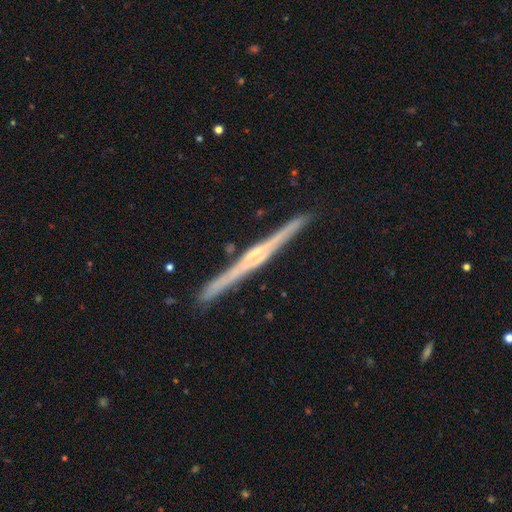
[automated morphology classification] Smooth or featured: featured or disk — 81% (smooth — 13%)
Edge-on disk: yes — 98% (no — 2%)
Edge-on bulge: rounded — 44% (none — 34%)
Merging: none — 90% (minor disturbance — 7%)